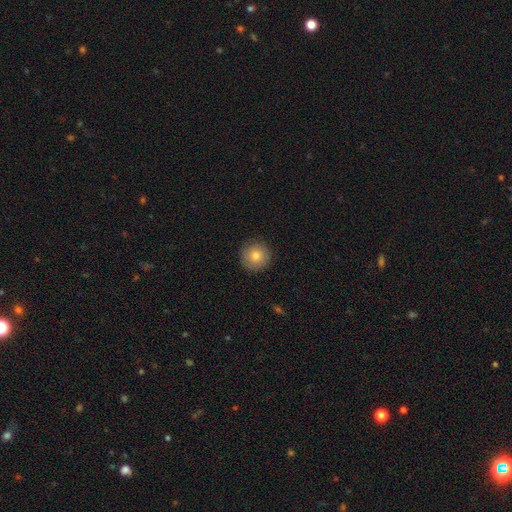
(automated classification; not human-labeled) Smooth or featured? smooth (79%)
How rounded? round (95%)
Merging? none (89%)